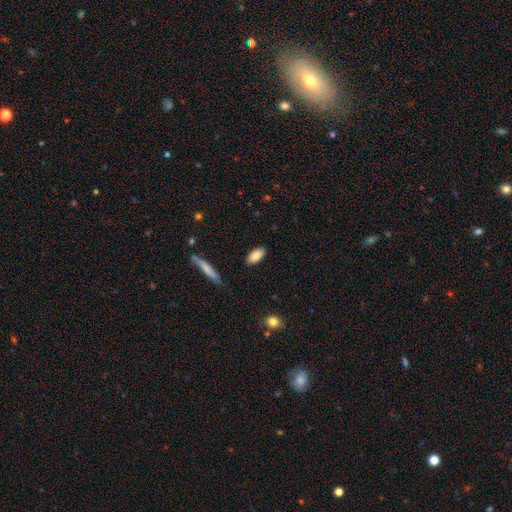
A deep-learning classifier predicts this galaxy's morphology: Smooth or featured?
  - smooth: 86% *
  - featured or disk: 8%
  - star or artifact: 7%
How rounded?
  - in between: 89% *
  - cigar-shaped: 9%
  - round: 2%
Merging?
  - none: 87% *
  - minor disturbance: 9%
  - major disturbance: 2%
  - merger: 1%